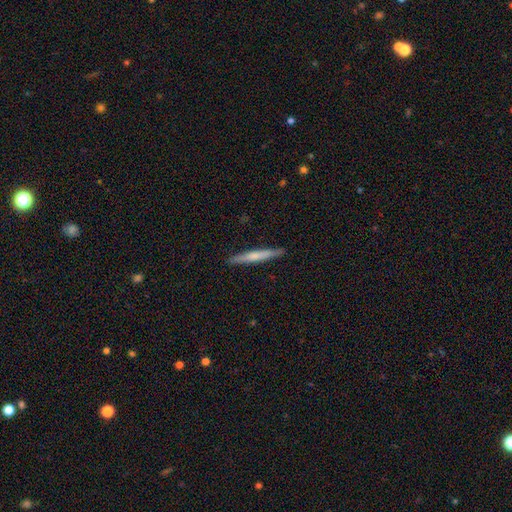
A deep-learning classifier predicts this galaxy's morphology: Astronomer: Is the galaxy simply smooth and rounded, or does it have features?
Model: smooth — 55% (runner-up: featured or disk, 39%).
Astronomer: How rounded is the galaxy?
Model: cigar-shaped — 96%.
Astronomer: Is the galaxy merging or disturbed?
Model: none — 91%.